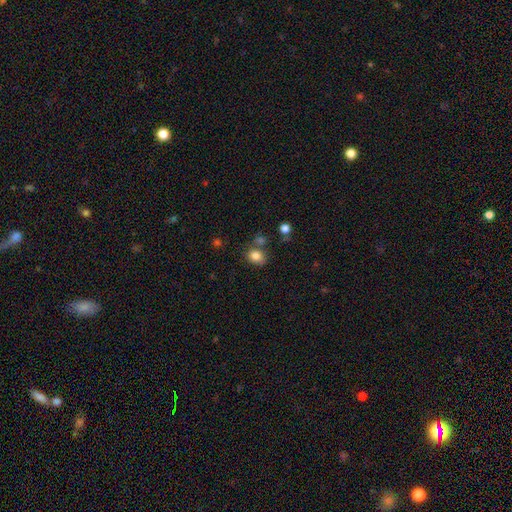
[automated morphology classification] smooth_or_featured: smooth (p=0.82) [alt: star or artifact p=0.11]
how_rounded: in between (p=0.52) [alt: round p=0.47]
merging: none (p=0.66) [alt: minor disturbance p=0.15]